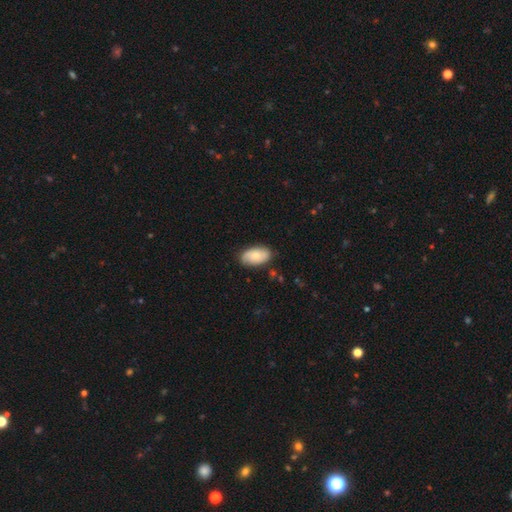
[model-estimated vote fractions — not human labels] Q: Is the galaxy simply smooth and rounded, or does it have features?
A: smooth — 67%.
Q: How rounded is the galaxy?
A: in between — 94%.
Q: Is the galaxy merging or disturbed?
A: none — 81%.